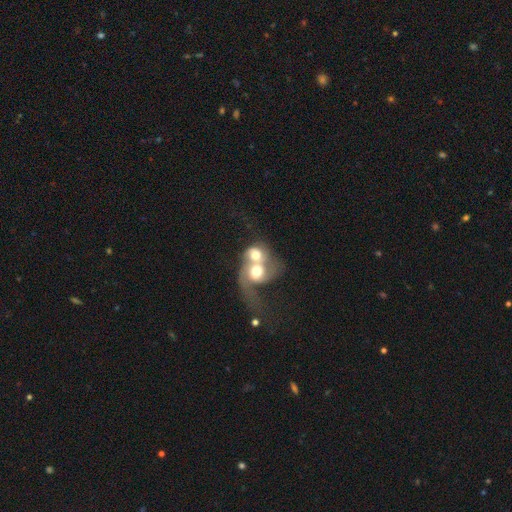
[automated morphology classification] Smooth or featured? featured or disk (63%)
Edge-on disk? no (96%)
Bar? no (74%)
Spiral arms? yes (69%)
Bulge size? moderate (56%)
Merging? merger (79%)